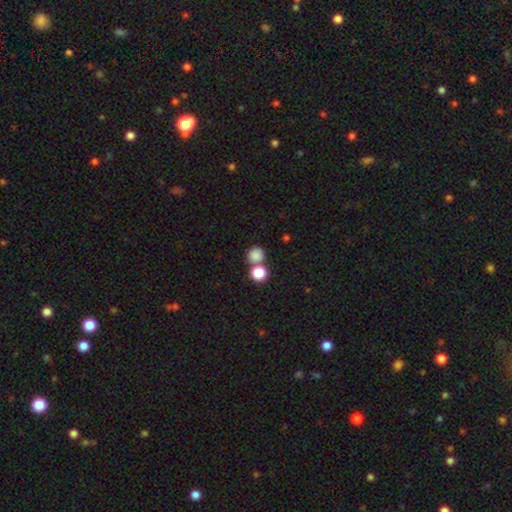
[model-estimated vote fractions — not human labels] smooth_or_featured: smooth (p=0.83) [alt: star or artifact p=0.12]
how_rounded: round (p=0.88) [alt: in between p=0.11]
merging: none (p=0.62) [alt: merger p=0.27]